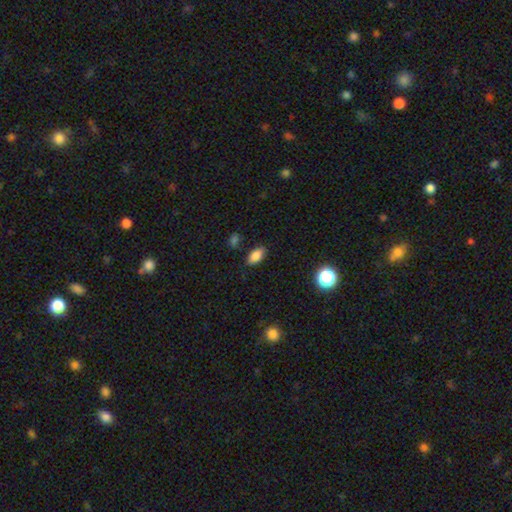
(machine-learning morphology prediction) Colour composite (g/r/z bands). It shows a smooth galaxy with no disk features (84%) that is in between round and cigar-shaped (90%). Merging: none (83%).